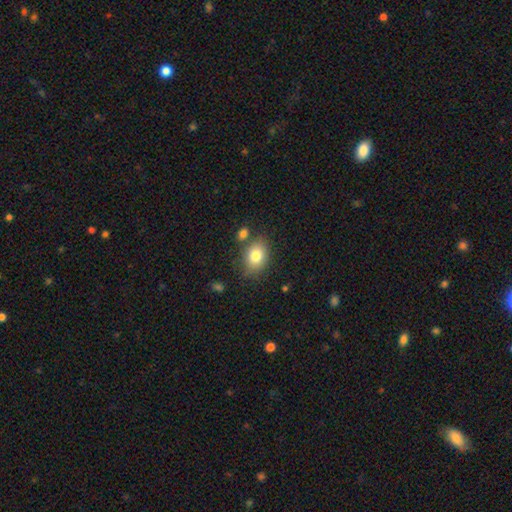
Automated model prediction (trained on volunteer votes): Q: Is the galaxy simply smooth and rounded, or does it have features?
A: smooth — 81%.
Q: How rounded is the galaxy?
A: in between — 71%.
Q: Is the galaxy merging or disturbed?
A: none — 72%.